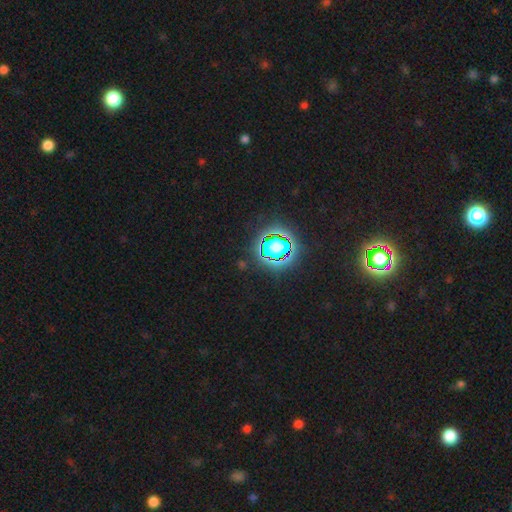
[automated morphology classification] smooth-or-featured: star or artifact: 82% | smooth: 12% | featured or disk: 7%